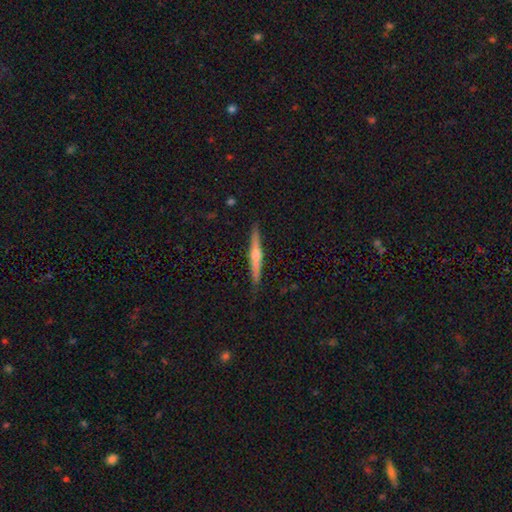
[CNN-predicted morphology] Smooth or featured: featured or disk — 65% (smooth — 29%)
Edge-on disk: yes — 98% (no — 2%)
Edge-on bulge: rounded — 80% (none — 12%)
Merging: none — 89% (minor disturbance — 8%)